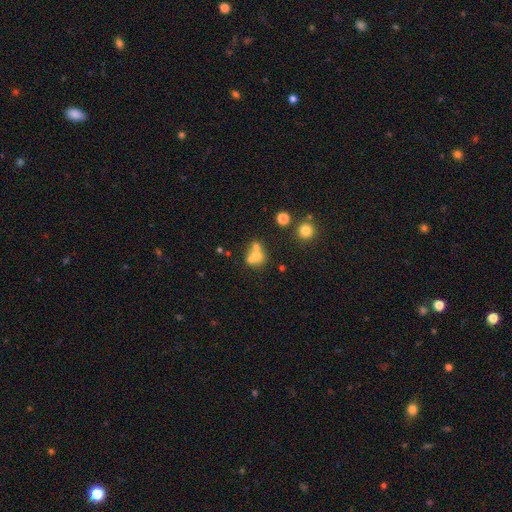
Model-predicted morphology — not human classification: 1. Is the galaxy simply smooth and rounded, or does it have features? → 62% smooth, 23% featured or disk, 15% star or artifact.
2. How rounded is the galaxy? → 77% round, 22% in between, 1% cigar-shaped.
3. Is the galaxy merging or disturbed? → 53% merger, 35% none, 8% minor disturbance, 4% major disturbance.